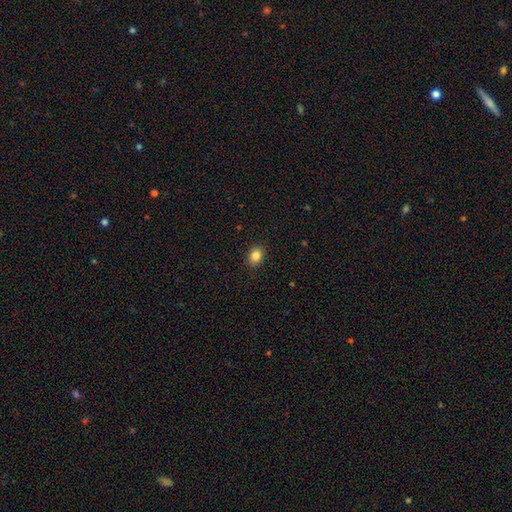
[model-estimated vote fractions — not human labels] Overall: smooth (85%). How rounded: in between (58%; round 41%). Merging: none (89%).